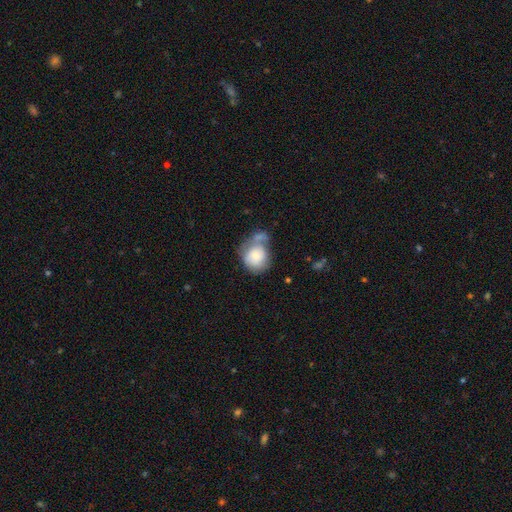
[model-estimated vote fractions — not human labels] Q: Smooth or featured?
A: smooth (70%); runner-up: featured or disk (23%)
Q: How rounded?
A: round (66%); runner-up: in between (33%)
Q: Merging?
A: merger (34%); runner-up: none (26%)